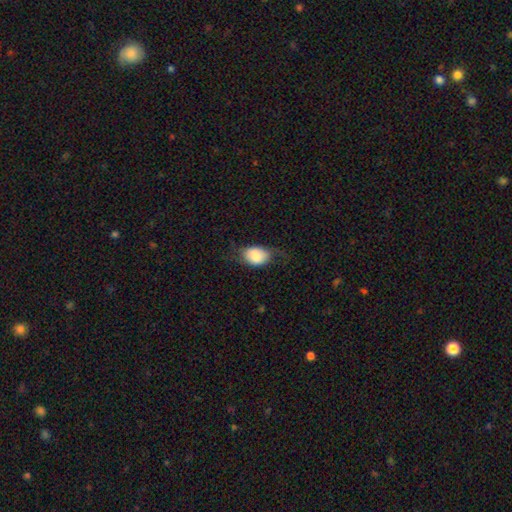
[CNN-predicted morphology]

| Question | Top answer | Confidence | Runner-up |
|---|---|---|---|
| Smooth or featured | smooth | 76% | featured or disk (17%) |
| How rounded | in between | 75% | round (23%) |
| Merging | none | 55% | minor disturbance (28%) |